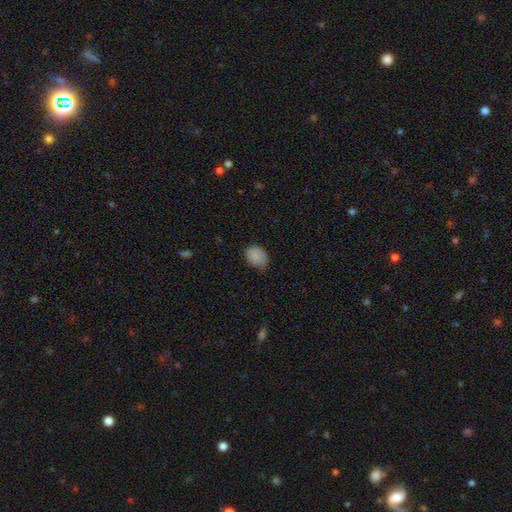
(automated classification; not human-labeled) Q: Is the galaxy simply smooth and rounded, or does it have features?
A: smooth — 85%.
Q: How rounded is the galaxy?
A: in between — 66%.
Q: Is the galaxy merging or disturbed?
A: none — 52%.